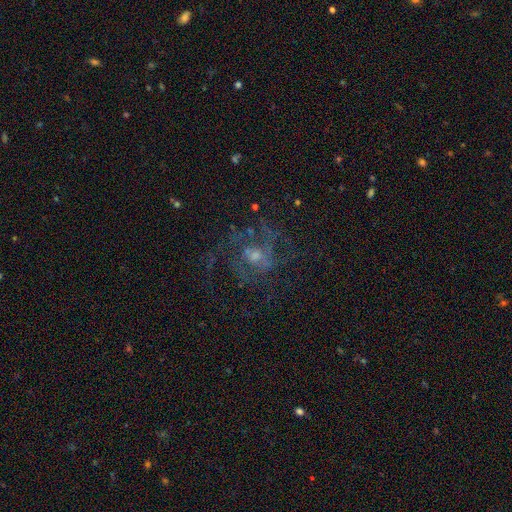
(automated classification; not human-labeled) Smooth or featured: featured or disk — 68% (smooth — 16%)
Edge-on disk: no — 97% (yes — 3%)
Bar: no — 73% (weak — 23%)
Spiral arms: yes — 73% (no — 27%)
Bulge size: moderate — 48% (small — 39%)
Merging: none — 58% (major disturbance — 23%)